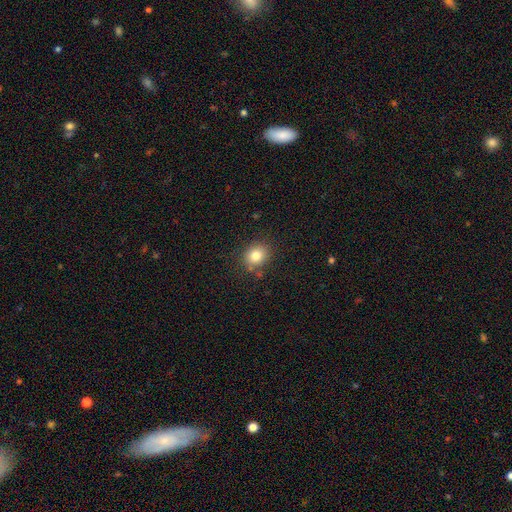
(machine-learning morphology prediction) Smooth or featured?
  - smooth: 82% *
  - star or artifact: 11%
  - featured or disk: 7%
How rounded?
  - round: 68% *
  - in between: 31%
  - cigar-shaped: 1%
Merging?
  - none: 82% *
  - minor disturbance: 12%
  - merger: 4%
  - major disturbance: 3%